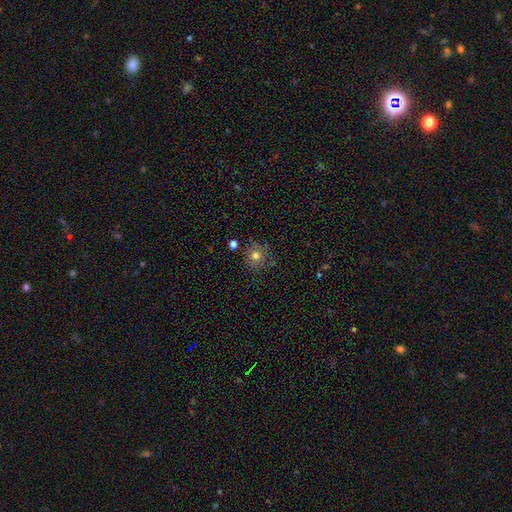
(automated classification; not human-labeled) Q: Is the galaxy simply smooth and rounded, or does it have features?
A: smooth — 75%.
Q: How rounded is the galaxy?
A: round — 89%.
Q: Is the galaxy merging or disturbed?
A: none — 80%.